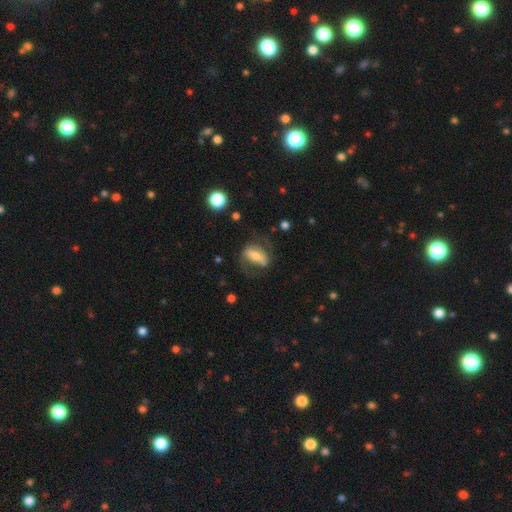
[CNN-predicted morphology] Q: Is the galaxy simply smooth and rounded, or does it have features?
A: featured or disk — 53%.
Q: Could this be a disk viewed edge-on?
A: no — 87%.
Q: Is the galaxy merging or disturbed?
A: none — 56%.